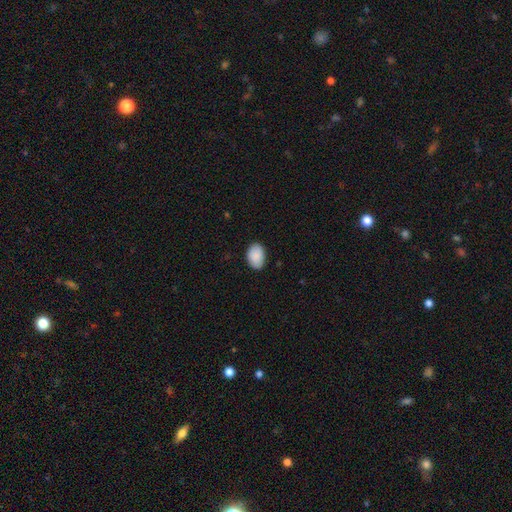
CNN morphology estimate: Q: Smooth or featured?
A: smooth (90%); runner-up: star or artifact (6%)
Q: How rounded?
A: in between (86%); runner-up: round (12%)
Q: Merging?
A: none (86%); runner-up: minor disturbance (11%)